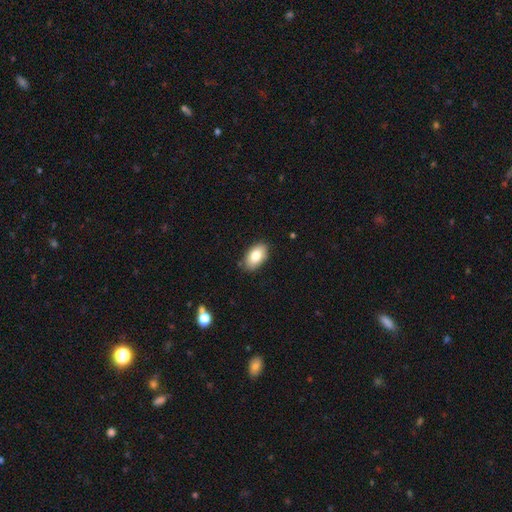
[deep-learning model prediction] Overall: smooth (81%). How rounded: in between (93%). Merging: none (84%).